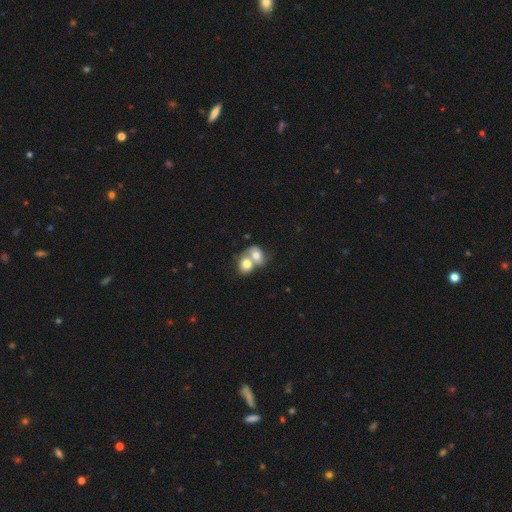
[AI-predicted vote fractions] Smooth or featured? Predicted: smooth (p=0.70). How rounded? Predicted: in between (p=0.52). Merging? Predicted: merger (p=0.76).